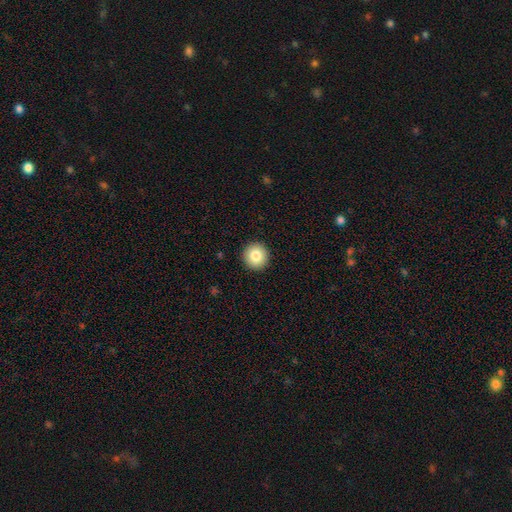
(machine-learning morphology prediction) smooth_or_featured: smooth (p=0.83) [alt: star or artifact p=0.09]
how_rounded: round (p=0.95) [alt: in between p=0.04]
merging: none (p=0.93) [alt: minor disturbance p=0.04]